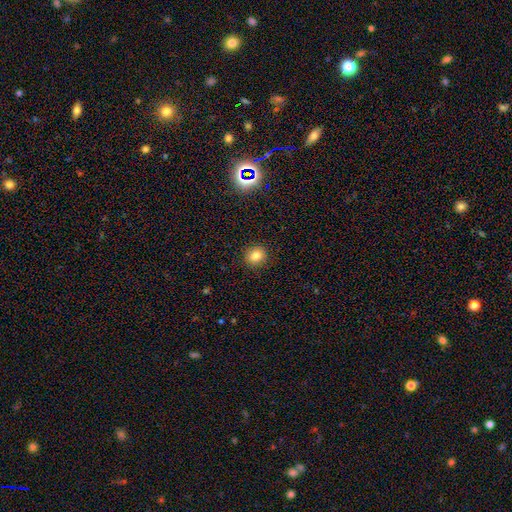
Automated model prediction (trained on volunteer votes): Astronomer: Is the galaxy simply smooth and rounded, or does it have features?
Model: smooth — 81%.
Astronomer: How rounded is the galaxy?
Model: round — 84%.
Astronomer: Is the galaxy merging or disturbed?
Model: none — 90%.